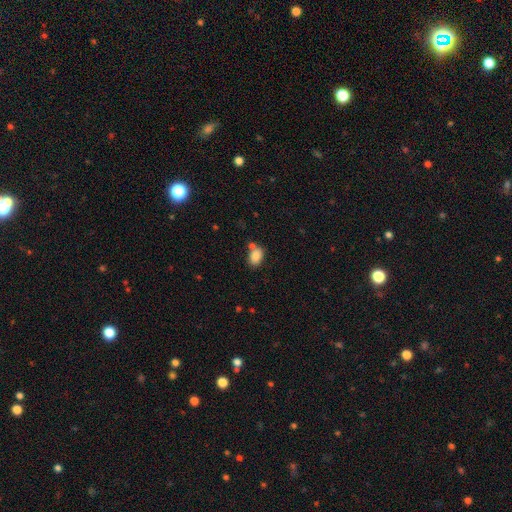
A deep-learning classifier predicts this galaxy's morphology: Smooth or featured?
  - smooth: 86% *
  - star or artifact: 9%
  - featured or disk: 5%
How rounded?
  - in between: 82% *
  - round: 17%
  - cigar-shaped: 1%
Merging?
  - none: 61% *
  - merger: 19%
  - minor disturbance: 15%
  - major disturbance: 5%